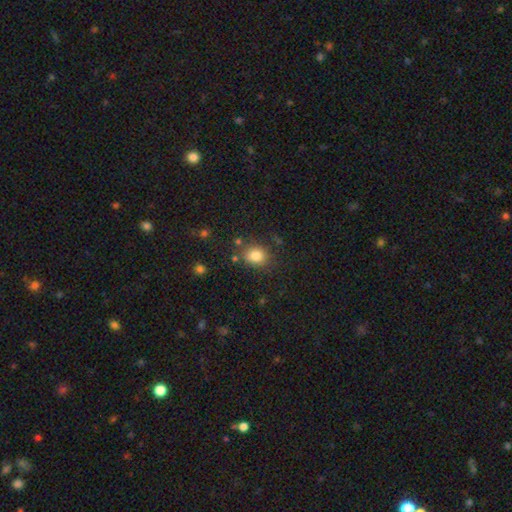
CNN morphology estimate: This is clearly a smooth galaxy (82%). How rounded: possibly round (52%). Merging: likely none (74%).